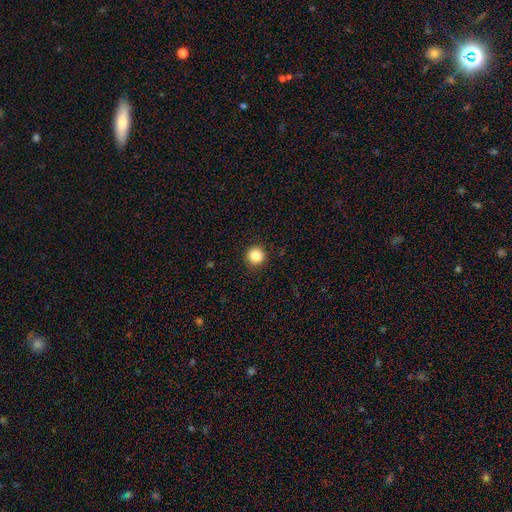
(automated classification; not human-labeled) A smooth galaxy with no disk features (85%) that is round (95%). Merging: none (92%).